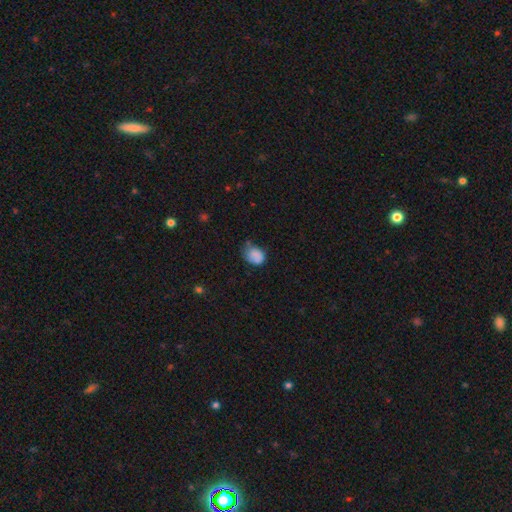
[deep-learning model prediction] A smooth galaxy with no disk features (81%) that is in between round and cigar-shaped (56%). Merging: none (45%).